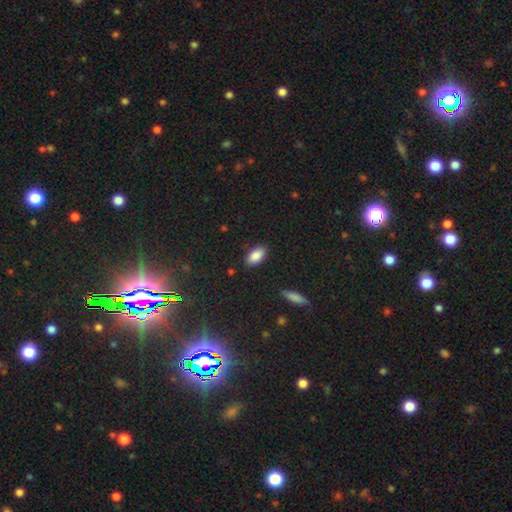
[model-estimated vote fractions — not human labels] Smooth or featured: smooth — 87% (star or artifact — 7%)
How rounded: in between — 93% (cigar-shaped — 4%)
Merging: none — 85% (minor disturbance — 11%)